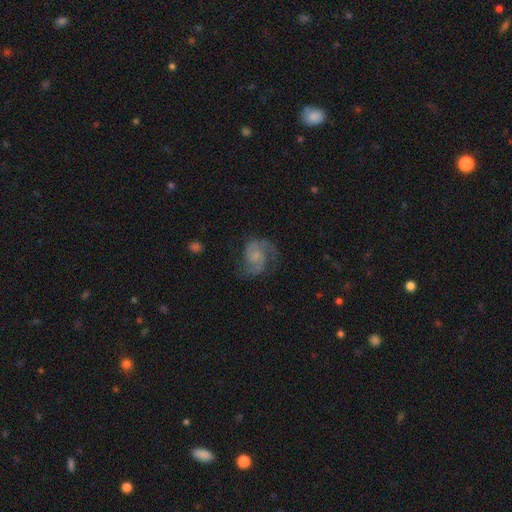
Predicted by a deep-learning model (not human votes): smooth-or-featured: featured or disk: 81% | smooth: 12% | star or artifact: 7%
  disk-edge-on: no: 98% | yes: 2%
    bar: no: 65% | weak: 30% | strong: 5%
    has-spiral-arms: yes: 95% | no: 5%
      spiral-winding: medium: 52% | loose: 25% | tight: 22%
      spiral-arm-count: 2: 83% | can't tell: 6% | 3: 5% | 1: 4% | 4: 2% | more than 4: 2%
    bulge-size: small: 49% | none: 27% | moderate: 20% | large: 3% | dominant: 1%
  merging: none: 64% | minor disturbance: 20% | major disturbance: 15% | merger: 2%